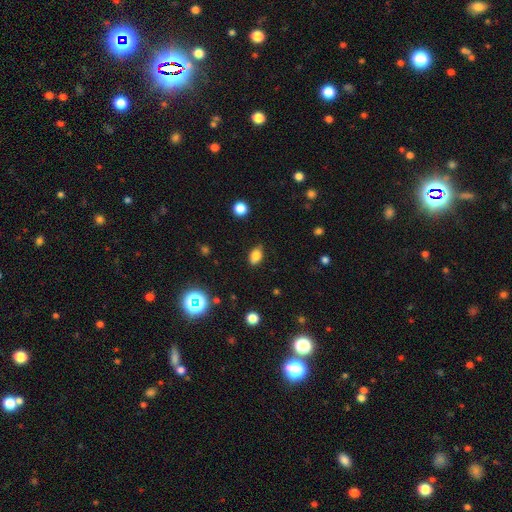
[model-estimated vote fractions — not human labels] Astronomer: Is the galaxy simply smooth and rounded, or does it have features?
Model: smooth — 79%.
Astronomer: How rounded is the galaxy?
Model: in between — 82%.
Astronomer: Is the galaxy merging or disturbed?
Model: none — 79%.